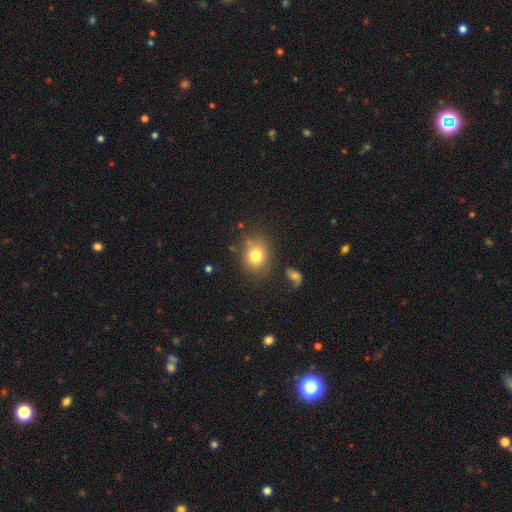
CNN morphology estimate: Smooth or featured? Predicted: smooth (p=0.79). How rounded? Predicted: round (p=0.61). Merging? Predicted: none (p=0.77).